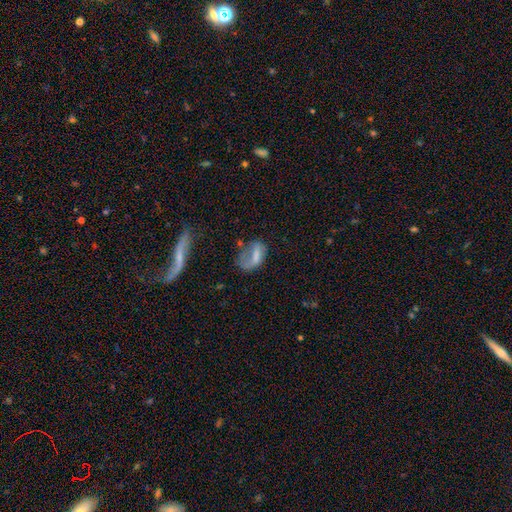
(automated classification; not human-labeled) A smooth galaxy with no disk features (60%) that is in between round and cigar-shaped (84%). Merging: major disturbance (44%).